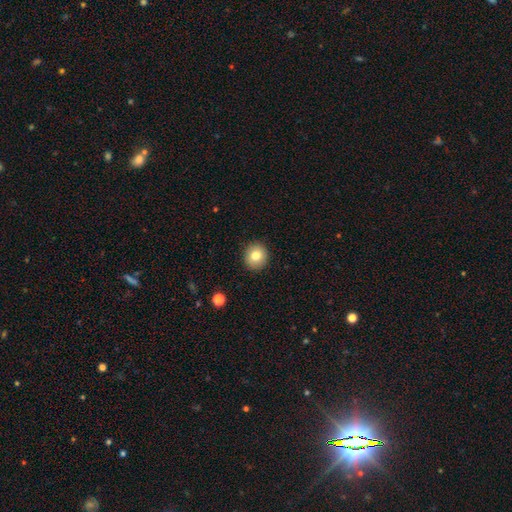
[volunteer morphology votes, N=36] smooth-or-featured: smooth: 94% | featured or disk: 3% | star or artifact: 3%
  how-rounded: round: 79% | in between: 21% | cigar-shaped: 0%
  merging: none: 94% | minor disturbance: 3% | major disturbance: 3% | merger: 0%